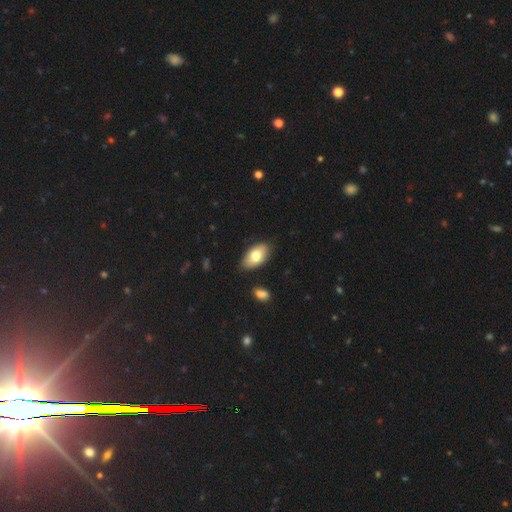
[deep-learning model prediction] smooth-or-featured: smooth: 76% | featured or disk: 17% | star or artifact: 6%
  how-rounded: in between: 94% | round: 4% | cigar-shaped: 2%
  merging: none: 84% | minor disturbance: 11% | merger: 2% | major disturbance: 2%